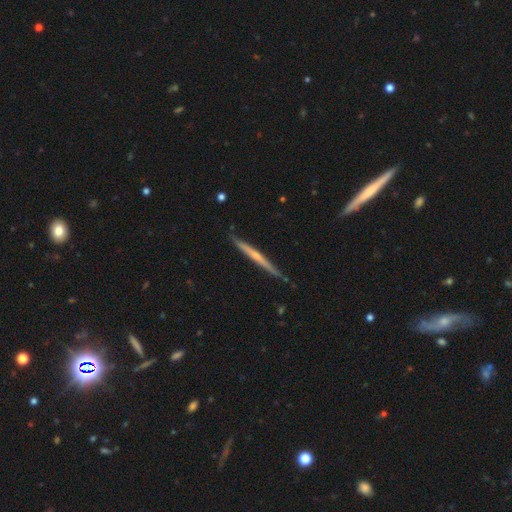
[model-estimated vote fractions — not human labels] This appears to be a featured or disk galaxy (63%) viewed edge-on (98%) with no central bulge (55%). Merging: none (86%).